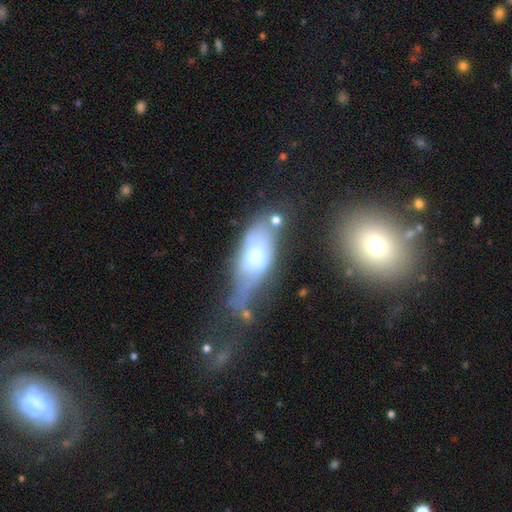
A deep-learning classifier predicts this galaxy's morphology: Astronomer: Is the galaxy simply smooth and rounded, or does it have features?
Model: smooth — 58% (runner-up: featured or disk, 34%).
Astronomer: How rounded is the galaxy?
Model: in between — 80%.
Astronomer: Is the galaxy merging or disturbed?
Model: major disturbance — 35% (runner-up: minor disturbance, 26%).